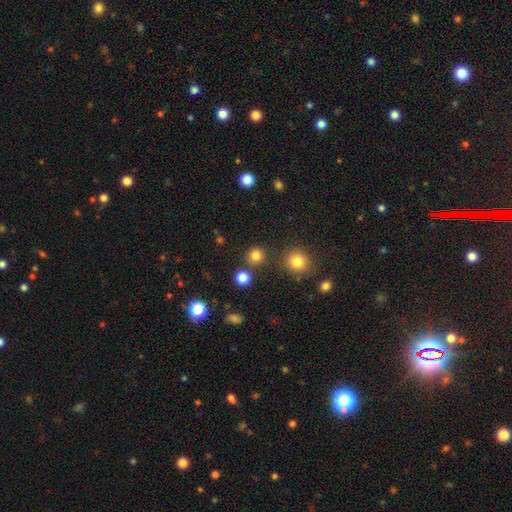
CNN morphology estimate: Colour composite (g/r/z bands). It shows a smooth galaxy with no disk features (80%) that is round (92%). Merging: none (83%).